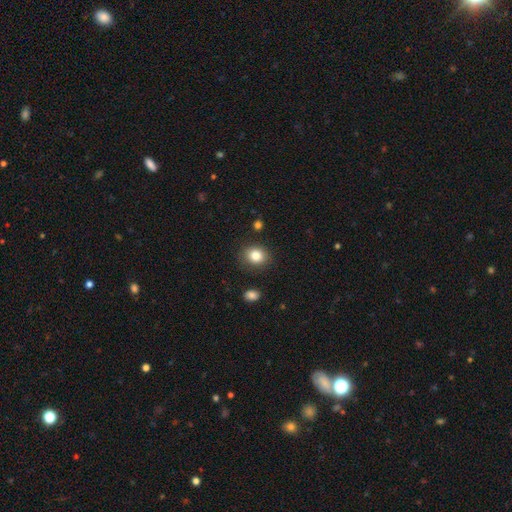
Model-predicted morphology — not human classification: A smooth galaxy with no disk features (84%) that is round (68%).

Vote fractions:
- Smooth or featured? smooth: 84% / star or artifact: 10% / featured or disk: 6%
- How rounded? round: 68% / in between: 31% / cigar-shaped: 1%
- Merging? none: 84% / minor disturbance: 11% / major disturbance: 3% / merger: 2%